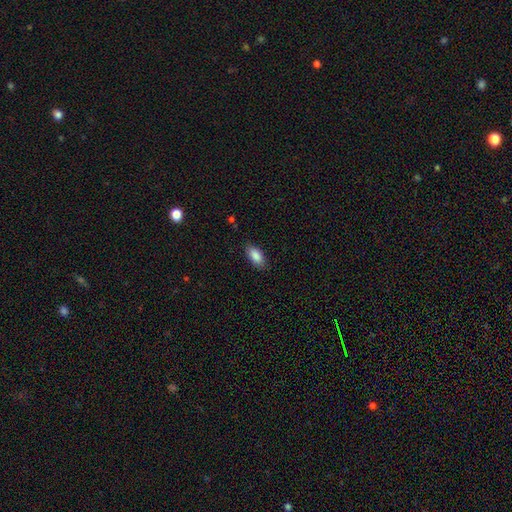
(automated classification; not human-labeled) smooth 88%, star or artifact 7%, featured or disk 5%. Down the decision tree: how rounded — in between (90%); merging — none (85%).